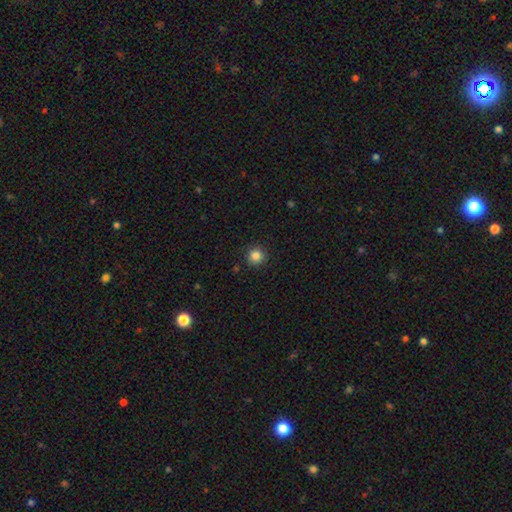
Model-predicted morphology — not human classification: The model was most divided on "smooth or featured": smooth: 84%, star or artifact: 11%, featured or disk: 4%. More confident: how rounded — round (94%); merging — none (91%).